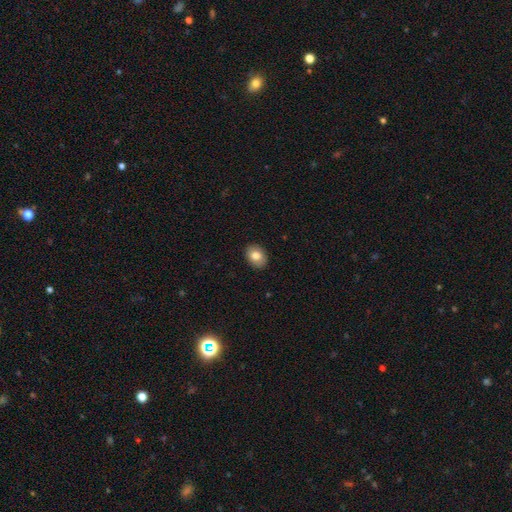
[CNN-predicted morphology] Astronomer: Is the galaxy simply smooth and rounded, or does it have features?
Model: smooth — 81%.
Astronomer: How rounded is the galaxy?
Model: in between — 67%.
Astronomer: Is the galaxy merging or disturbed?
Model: none — 89%.